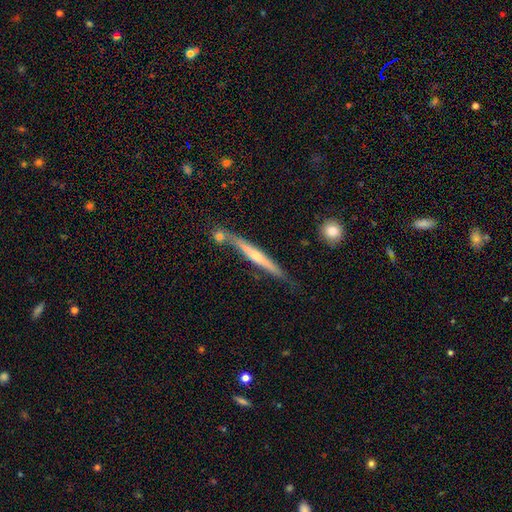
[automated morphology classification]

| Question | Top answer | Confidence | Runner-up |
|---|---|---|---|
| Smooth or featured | featured or disk | 65% | smooth (29%) |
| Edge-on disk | yes | 96% | no (4%) |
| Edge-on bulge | rounded | 63% | none (31%) |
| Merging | none | 72% | minor disturbance (15%) |